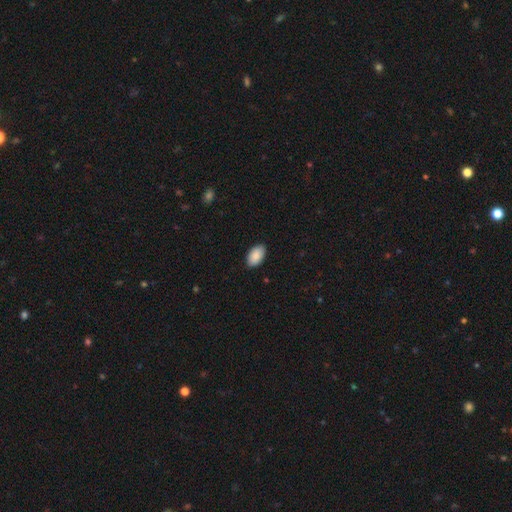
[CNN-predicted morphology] smooth-or-featured: smooth: 90% | star or artifact: 6% | featured or disk: 4%
  how-rounded: in between: 94% | round: 4% | cigar-shaped: 1%
  merging: none: 88% | minor disturbance: 9% | major disturbance: 2% | merger: 1%